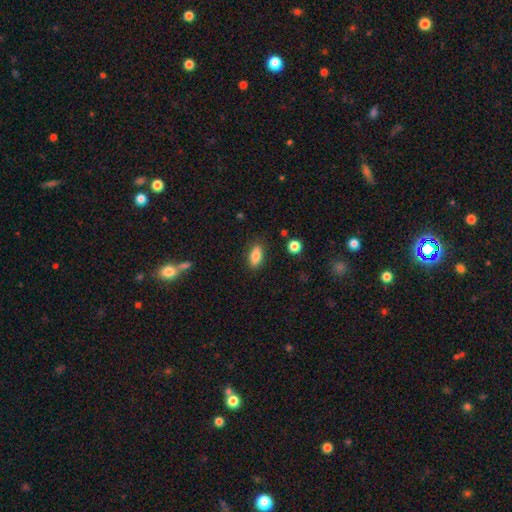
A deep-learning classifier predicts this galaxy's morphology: type=smooth (82%); roundness=in between (85%); merging=none (85%).